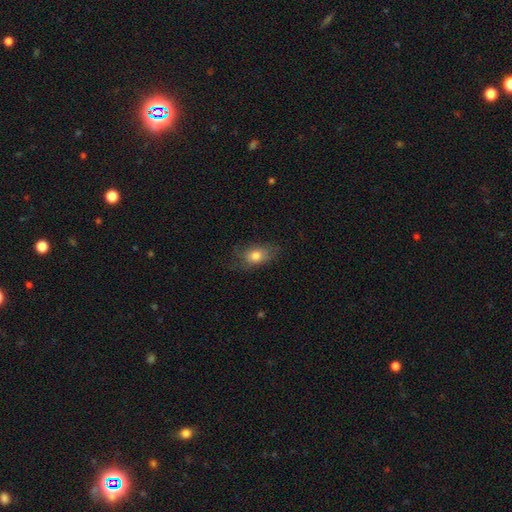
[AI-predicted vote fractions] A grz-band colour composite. It shows a smooth galaxy with no disk features (76%) that is in between round and cigar-shaped (82%). Merging: none (65%).